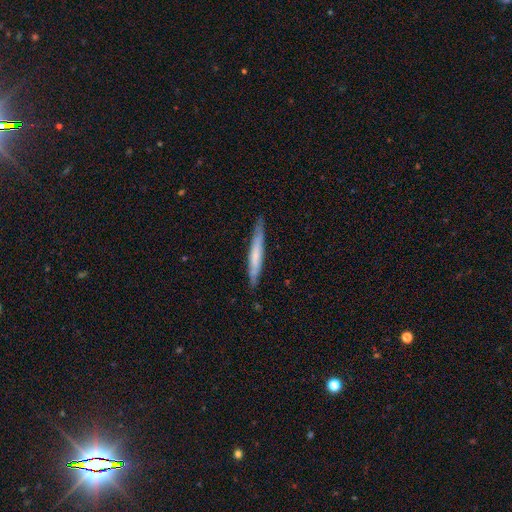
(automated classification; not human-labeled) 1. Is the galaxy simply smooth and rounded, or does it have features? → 54% smooth, 41% featured or disk, 5% star or artifact.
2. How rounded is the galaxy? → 95% cigar-shaped, 4% in between, 1% round.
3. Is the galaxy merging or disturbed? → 85% none, 12% minor disturbance, 2% major disturbance, 1% merger.